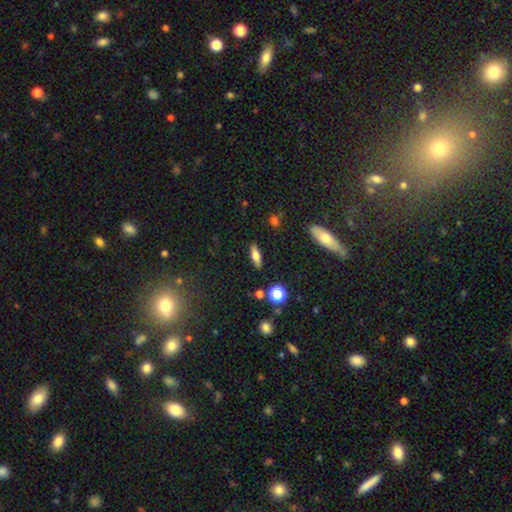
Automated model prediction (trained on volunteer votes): The model was most divided on "how rounded": in between: 57%, cigar-shaped: 39%, round: 4%. More confident: merging — none (87%); smooth or featured — smooth (66%).